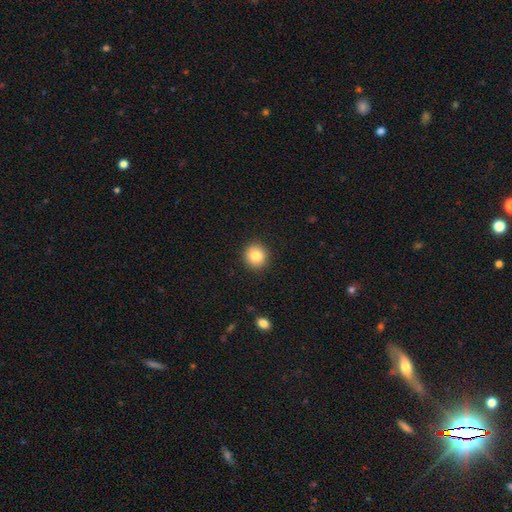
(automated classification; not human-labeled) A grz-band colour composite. It shows a smooth galaxy with no disk features (83%) that is round (90%). Merging: none (91%).